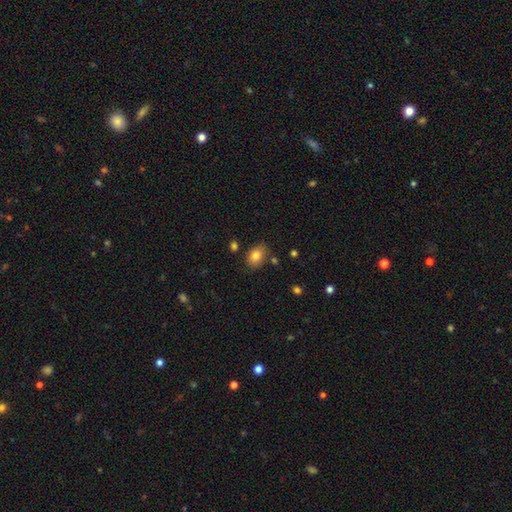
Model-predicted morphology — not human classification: type=smooth (81%); roundness=in between (79%); merging=none (79%).